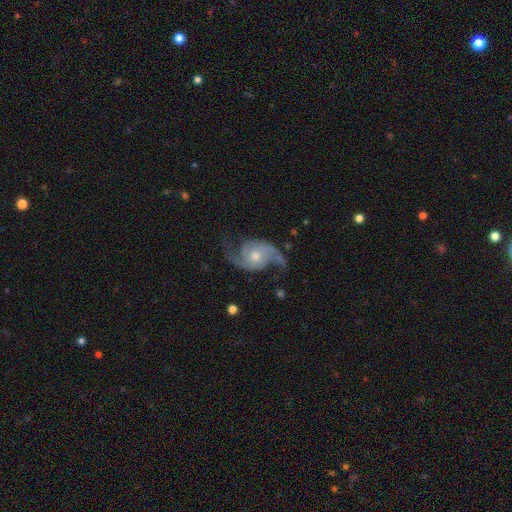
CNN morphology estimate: smooth_or_featured: featured or disk (p=0.90) [alt: star or artifact p=0.05]
disk_edge_on: no (p=0.97) [alt: yes p=0.03]
bar: no (p=0.71) [alt: weak p=0.24]
has_spiral_arms: yes (p=0.98) [alt: no p=0.02]
spiral_winding: loose (p=0.49) [alt: medium p=0.40]
spiral_arm_count: 2 (p=0.93) [alt: 3 p=0.02]
bulge_size: moderate (p=0.54) [alt: small p=0.39]
merging: none (p=0.74) [alt: minor disturbance p=0.16]